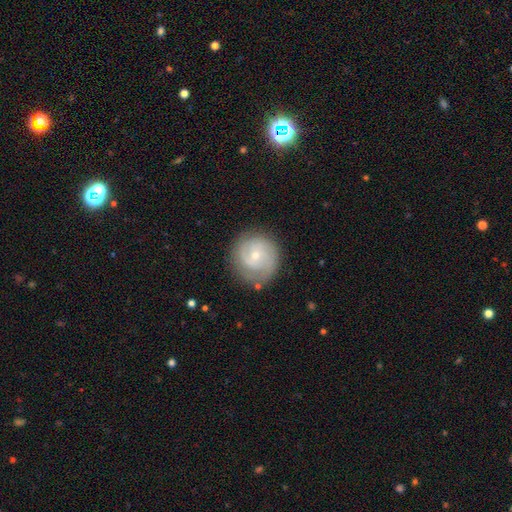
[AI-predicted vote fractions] Smooth or featured? Predicted: featured or disk (p=0.75). Edge-on disk? Predicted: no (p=0.98). Bar? Predicted: no (p=0.69). Spiral arms? Predicted: yes (p=0.92). Spiral winding? Predicted: tight (p=0.53). Spiral arm count? Predicted: 2 (p=0.54). Bulge size? Predicted: small (p=0.70). Merging? Predicted: none (p=0.80).